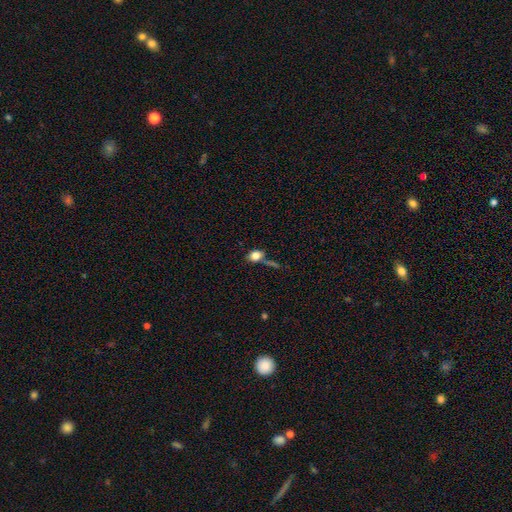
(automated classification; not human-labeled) Smooth or featured?
  - smooth: 80% *
  - featured or disk: 10%
  - star or artifact: 10%
How rounded?
  - in between: 64% *
  - round: 34%
  - cigar-shaped: 3%
Merging?
  - none: 52% *
  - merger: 20%
  - minor disturbance: 17%
  - major disturbance: 10%